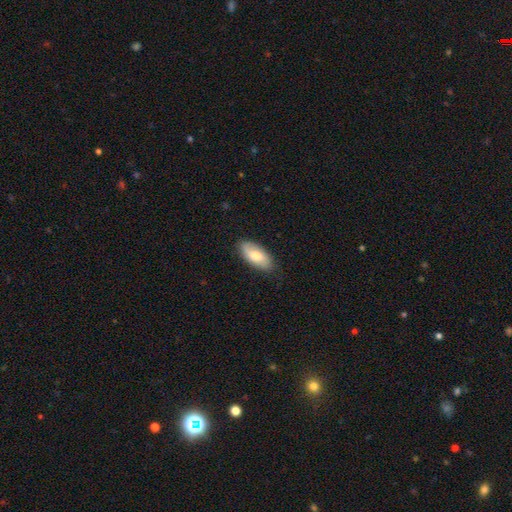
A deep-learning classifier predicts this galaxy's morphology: This is likely a smooth galaxy (71%). How rounded: clearly in between (91%). Merging: clearly none (83%).